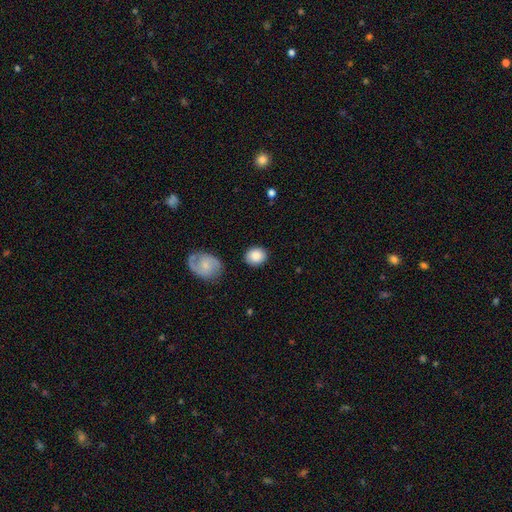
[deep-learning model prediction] Smooth or featured?
  - smooth: 84% *
  - featured or disk: 9%
  - star or artifact: 7%
How rounded?
  - round: 64% *
  - in between: 35%
  - cigar-shaped: 1%
Merging?
  - none: 81% *
  - minor disturbance: 12%
  - merger: 4%
  - major disturbance: 3%